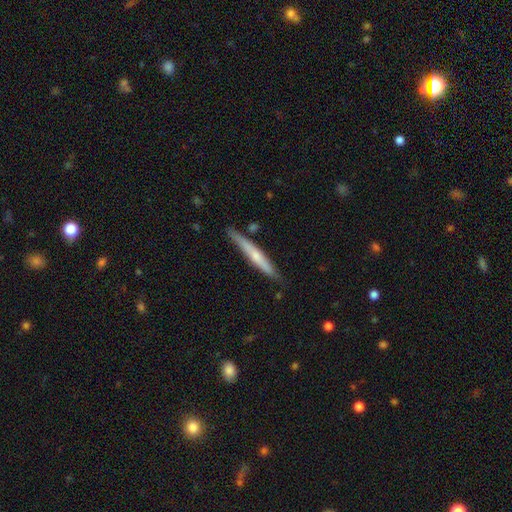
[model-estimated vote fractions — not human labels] Overall: featured or disk (48%; smooth 46%). Merging: none (81%).